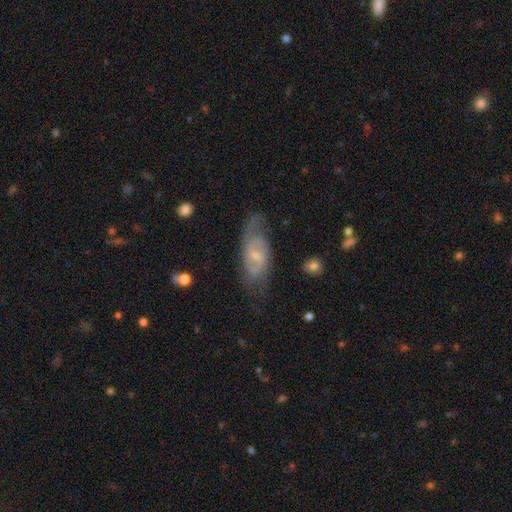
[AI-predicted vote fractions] Smooth or featured? featured or disk (75%)
Edge-on disk? no (92%)
Bar? weak (50%)
Spiral arms? yes (90%)
Spiral winding? medium (48%)
Spiral arm count? 2 (73%)
Bulge size? small (66%)
Merging? none (62%)